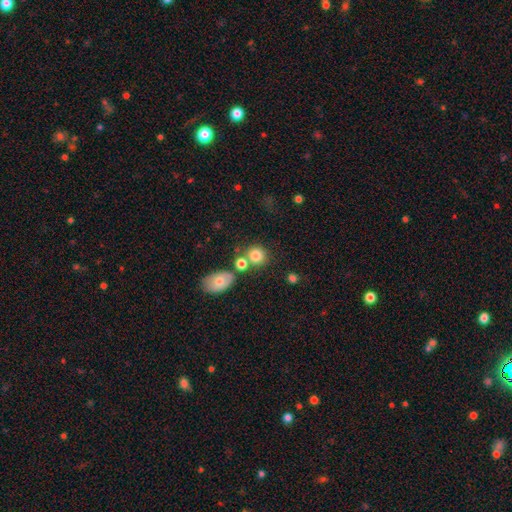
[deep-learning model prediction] smooth 81%, star or artifact 10%, featured or disk 9%. Down the decision tree: how rounded — round (79%); merging — none (63%).